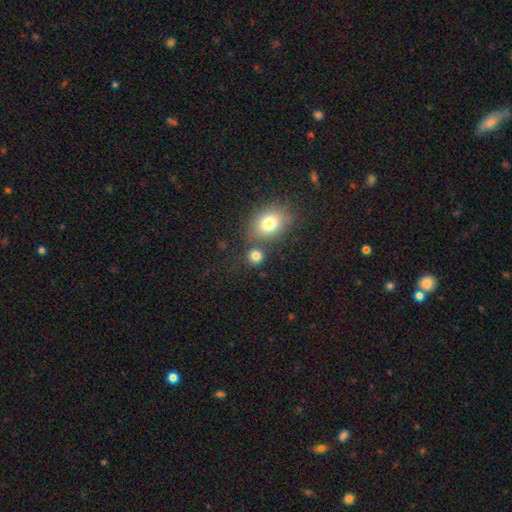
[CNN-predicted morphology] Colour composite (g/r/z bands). It shows a smooth galaxy with no disk features (82%) that is round (77%). Merging: none (67%).